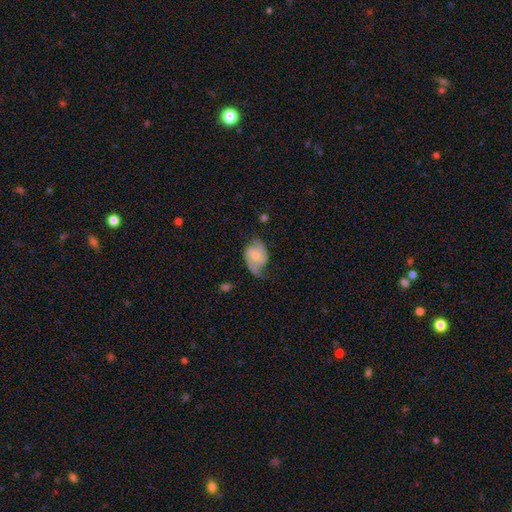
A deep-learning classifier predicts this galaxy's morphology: type=featured or disk (65%); edge-on=no (97%); bar=no (56%); spiral arms=yes (91%); winding=medium (45%); arm count=2 (83%); bulge=small (44%); merging=none (54%).